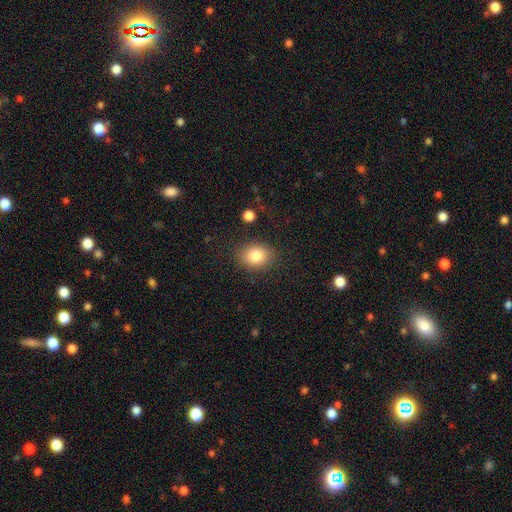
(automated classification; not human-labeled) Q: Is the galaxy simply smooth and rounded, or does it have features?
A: smooth — 83%.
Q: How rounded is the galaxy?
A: in between — 54%.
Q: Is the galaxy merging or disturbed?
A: none — 85%.